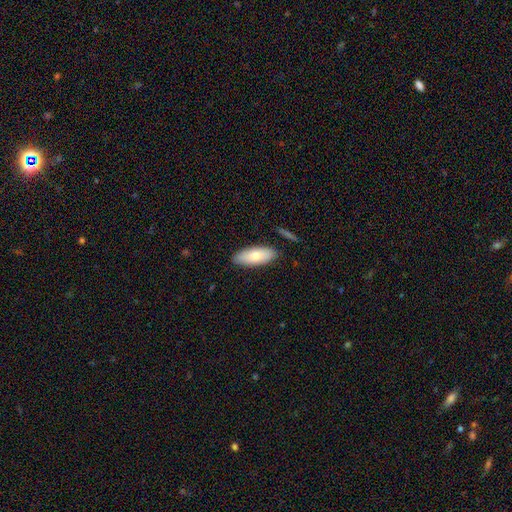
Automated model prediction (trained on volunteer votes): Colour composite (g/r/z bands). It shows a smooth galaxy with no disk features (76%) that is in between round and cigar-shaped (78%). Merging: none (86%).